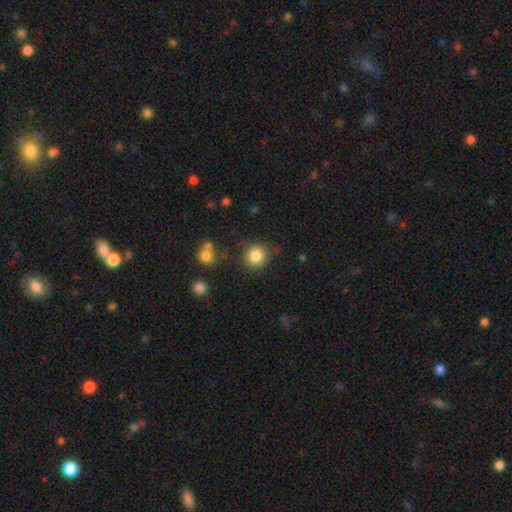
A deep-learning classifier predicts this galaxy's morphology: Smooth or featured?
  - smooth: 85% *
  - star or artifact: 10%
  - featured or disk: 5%
How rounded?
  - round: 89% *
  - in between: 10%
  - cigar-shaped: 1%
Merging?
  - none: 80% *
  - minor disturbance: 13%
  - major disturbance: 4%
  - merger: 3%